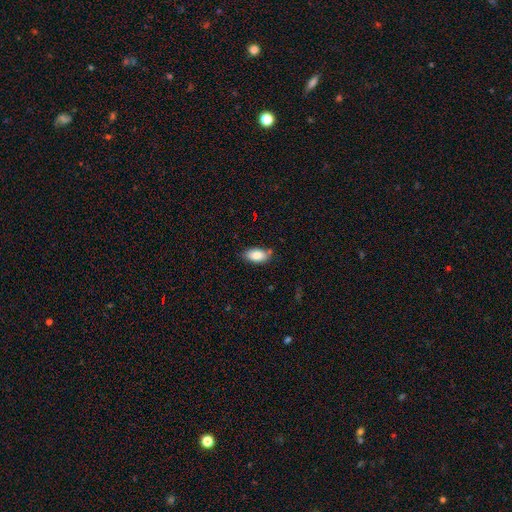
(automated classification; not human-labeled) Smooth or featured?
  - smooth: 84% *
  - featured or disk: 9%
  - star or artifact: 7%
How rounded?
  - in between: 93% *
  - round: 4%
  - cigar-shaped: 3%
Merging?
  - none: 78% *
  - minor disturbance: 16%
  - merger: 3%
  - major disturbance: 3%